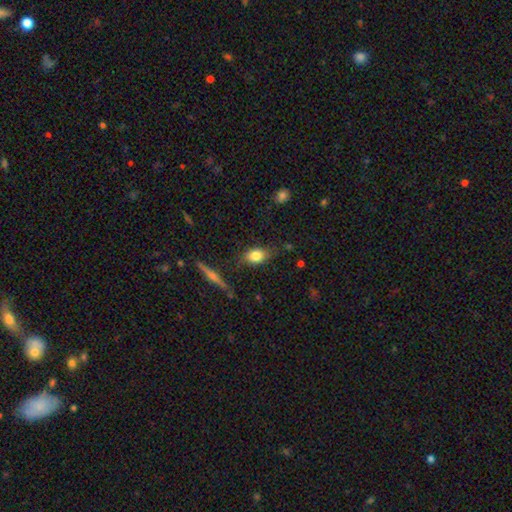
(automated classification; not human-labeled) A smooth galaxy with no disk features (78%) that is in between round and cigar-shaped (76%).

Vote fractions:
- Smooth or featured? smooth: 78% / featured or disk: 14% / star or artifact: 8%
- How rounded? in between: 76% / round: 19% / cigar-shaped: 6%
- Merging? none: 74% / minor disturbance: 19% / major disturbance: 4% / merger: 3%